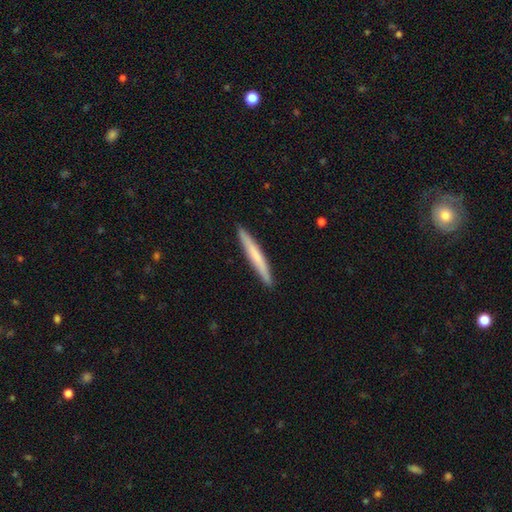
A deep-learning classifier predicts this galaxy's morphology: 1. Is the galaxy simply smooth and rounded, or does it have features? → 64% smooth, 31% featured or disk, 5% star or artifact.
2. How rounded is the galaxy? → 97% cigar-shaped, 2% in between, 1% round.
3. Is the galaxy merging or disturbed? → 92% none, 6% minor disturbance, 1% major disturbance, 1% merger.